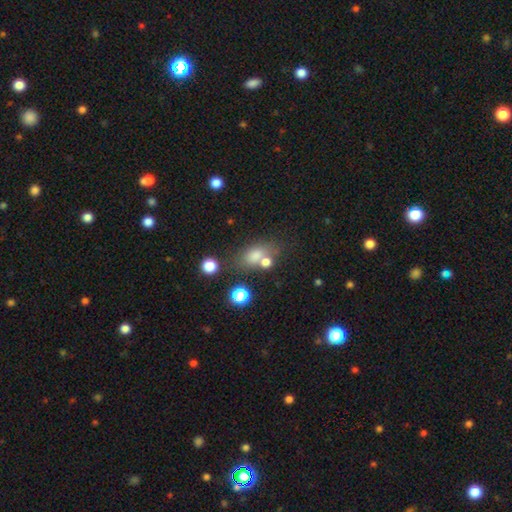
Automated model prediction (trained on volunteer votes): The model was most divided on "merging": none: 55%, merger: 22%, minor disturbance: 15%, major disturbance: 8%. More confident: how rounded — in between (73%); smooth or featured — smooth (70%).